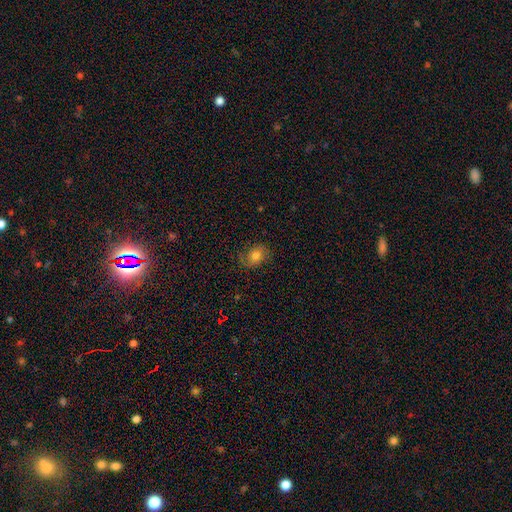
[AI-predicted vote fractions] A smooth galaxy with no disk features (58%) that is in between round and cigar-shaped (60%).

Vote fractions:
- Smooth or featured? smooth: 58% / featured or disk: 32% / star or artifact: 11%
- How rounded? in between: 60% / round: 39% / cigar-shaped: 1%
- Merging? none: 70% / minor disturbance: 20% / major disturbance: 9% / merger: 1%